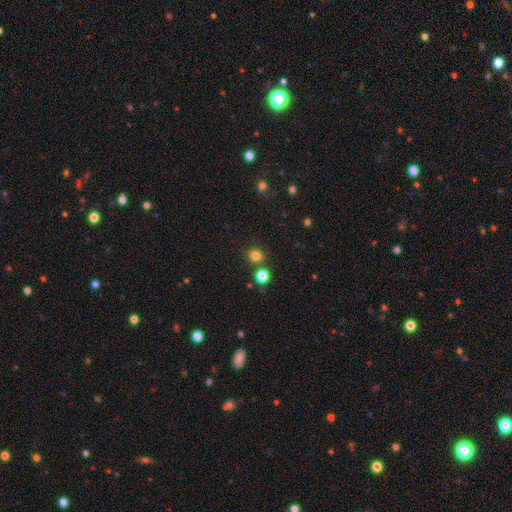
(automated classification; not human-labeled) This is likely a smooth galaxy (79%). How rounded: clearly round (91%). Merging: clearly none (80%).